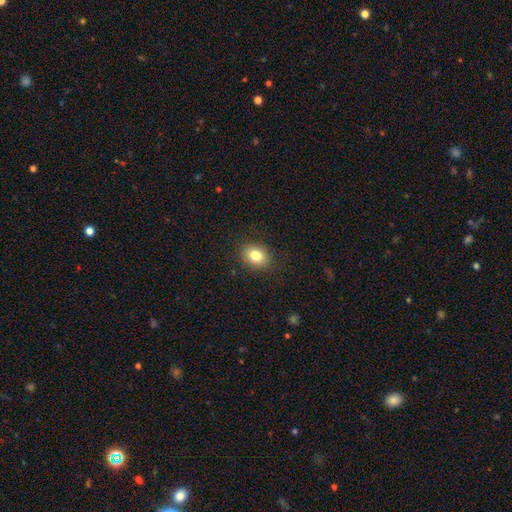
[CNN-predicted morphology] A smooth galaxy with no disk features (82%) that is in between round and cigar-shaped (62%). Merging: none (87%).